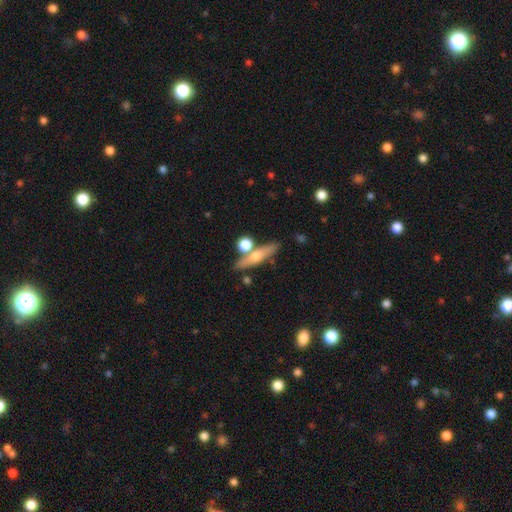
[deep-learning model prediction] This appears to be a featured or disk galaxy (50%). Merging: none (73%).